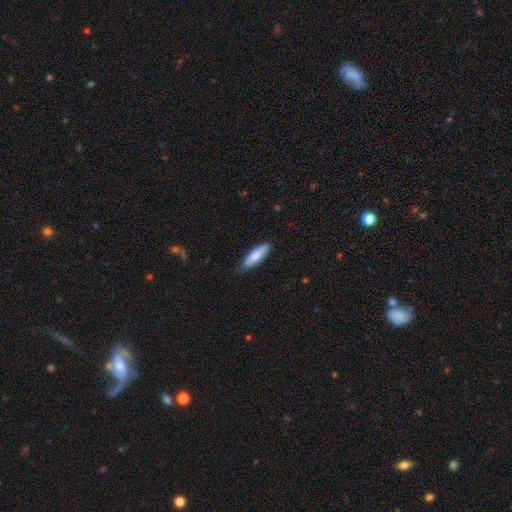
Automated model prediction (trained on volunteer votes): A smooth galaxy with no disk features (82%) that is cigar-shaped (58%).

Vote fractions:
- Smooth or featured? smooth: 82% / featured or disk: 13% / star or artifact: 5%
- How rounded? cigar-shaped: 58% / in between: 40% / round: 1%
- Merging? none: 81% / minor disturbance: 16% / major disturbance: 2% / merger: 1%